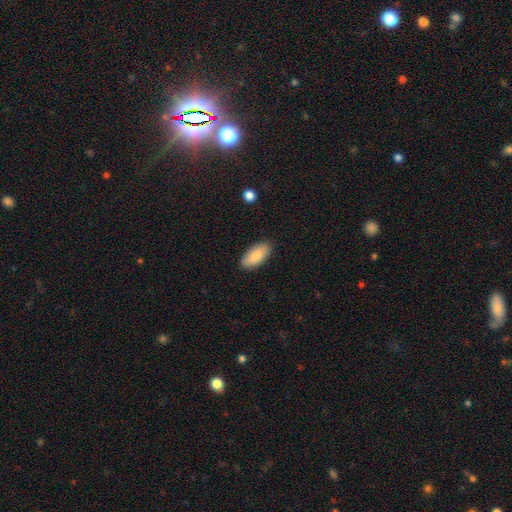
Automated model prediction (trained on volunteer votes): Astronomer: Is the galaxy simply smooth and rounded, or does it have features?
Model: smooth — 85%.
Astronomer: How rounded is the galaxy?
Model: in between — 90%.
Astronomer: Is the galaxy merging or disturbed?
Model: none — 88%.